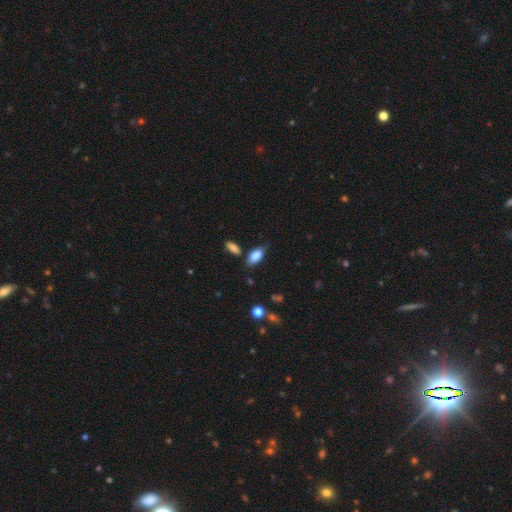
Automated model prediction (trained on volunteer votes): Smooth or featured? Predicted: smooth (p=0.85). How rounded? Predicted: in between (p=0.87). Merging? Predicted: none (p=0.70).